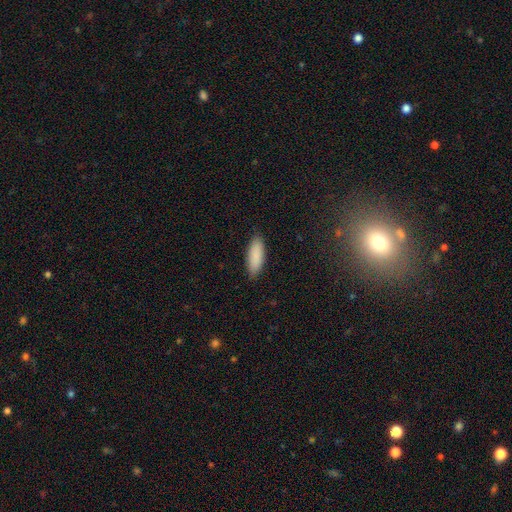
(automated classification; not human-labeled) The model was most divided on "how rounded": in between: 66%, cigar-shaped: 33%, round: 2%. More confident: smooth or featured — smooth (90%); merging — none (87%).